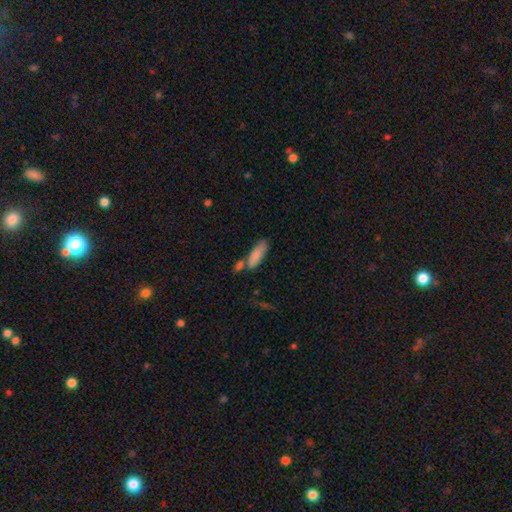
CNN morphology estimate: Smooth or featured?
  - smooth: 83% *
  - featured or disk: 10%
  - star or artifact: 7%
How rounded?
  - in between: 54% *
  - cigar-shaped: 44%
  - round: 2%
Merging?
  - none: 53% *
  - merger: 25%
  - minor disturbance: 17%
  - major disturbance: 6%